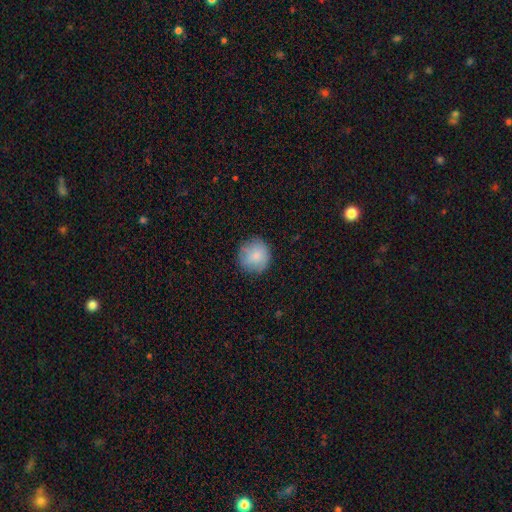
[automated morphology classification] The model was most divided on "merging": none: 83%, minor disturbance: 13%, major disturbance: 3%, merger: 1%. More confident: how rounded — round (93%); smooth or featured — smooth (83%).